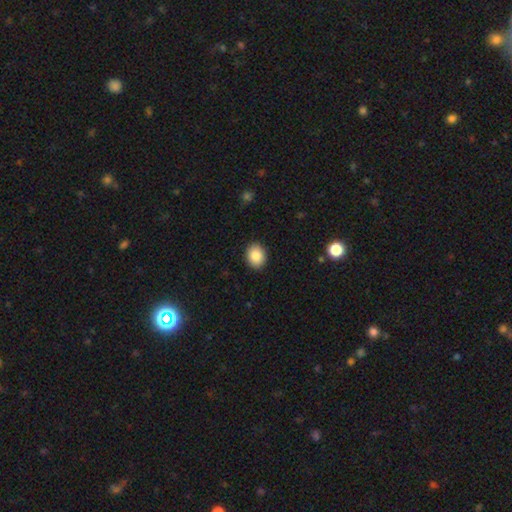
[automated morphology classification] Smooth or featured? smooth (87%)
How rounded? in between (52%)
Merging? none (91%)